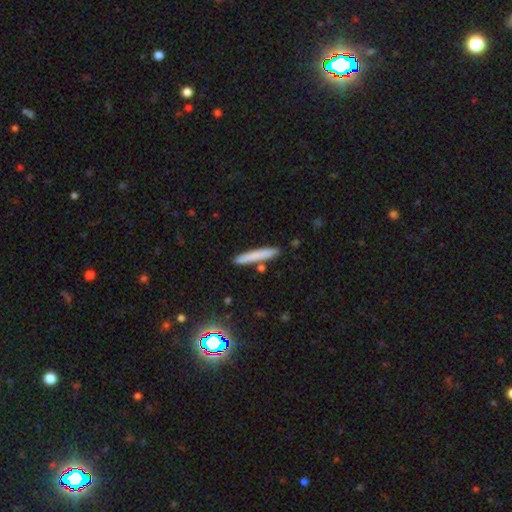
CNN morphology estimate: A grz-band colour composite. It shows a smooth galaxy with no disk features (74%) that is cigar-shaped (95%). Merging: none (87%).